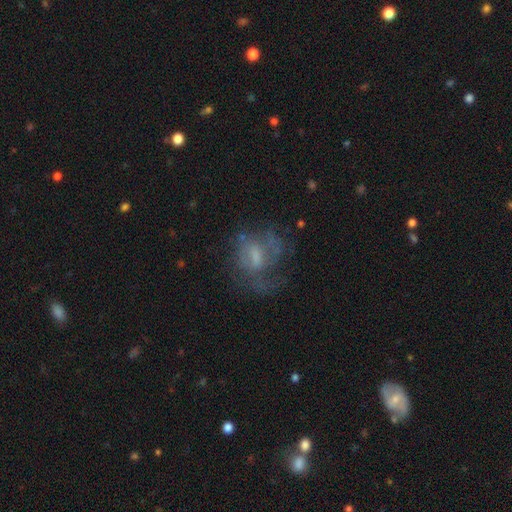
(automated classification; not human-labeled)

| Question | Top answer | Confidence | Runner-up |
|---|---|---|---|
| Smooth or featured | featured or disk | 56% | smooth (31%) |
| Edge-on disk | no | 96% | yes (4%) |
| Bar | weak | 44% | no (43%) |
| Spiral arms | yes | 52% | no (48%) |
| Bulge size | moderate | 34% | small (30%) |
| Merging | none | 43% | major disturbance (34%) |